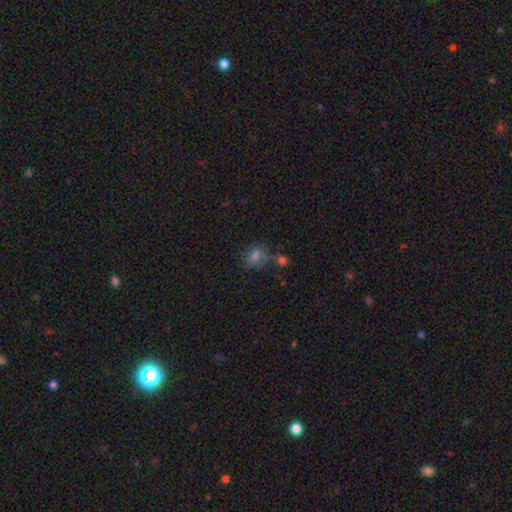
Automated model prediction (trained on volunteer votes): The model was most divided on "smooth or featured": smooth: 48%, featured or disk: 26%, star or artifact: 25%. More confident: merging — none (59%).